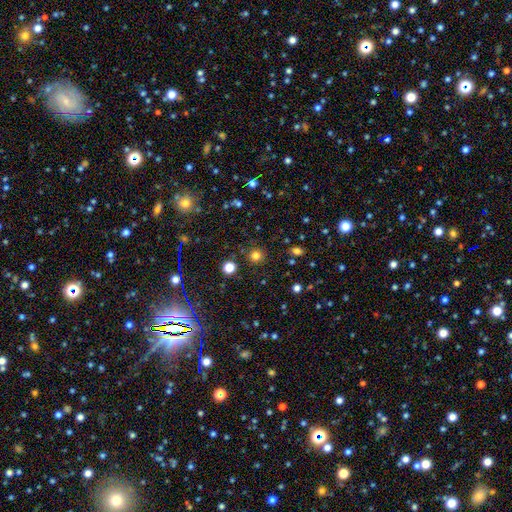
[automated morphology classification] Smooth or featured?
  - smooth: 78% *
  - star or artifact: 17%
  - featured or disk: 5%
How rounded?
  - round: 94% *
  - in between: 5%
  - cigar-shaped: 1%
Merging?
  - none: 89% *
  - minor disturbance: 6%
  - major disturbance: 3%
  - merger: 2%